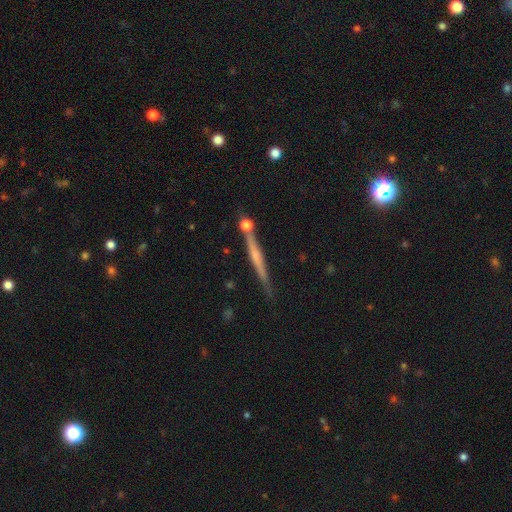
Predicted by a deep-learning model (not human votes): Overall: featured or disk (61%; smooth 31%). Edge-on disk: yes (97%). Edge-on bulge: none (49%; rounded 40%). Merging: none (78%).